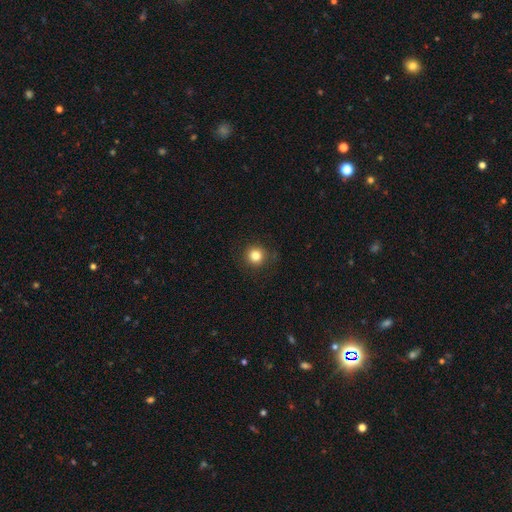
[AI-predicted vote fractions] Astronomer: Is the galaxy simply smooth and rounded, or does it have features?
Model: smooth — 83%.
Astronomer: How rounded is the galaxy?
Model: round — 94%.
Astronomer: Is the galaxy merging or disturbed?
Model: none — 90%.